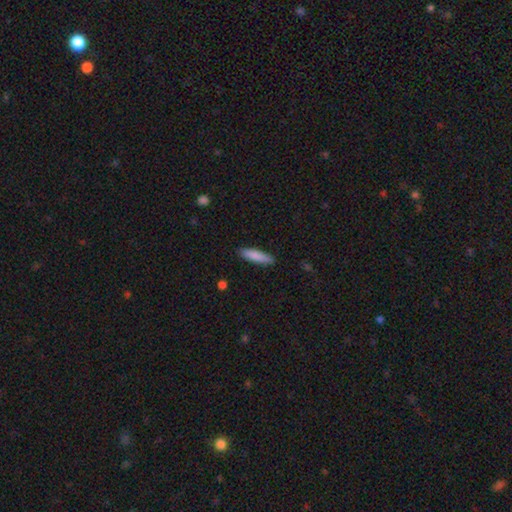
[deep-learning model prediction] smooth-or-featured: smooth: 84% | featured or disk: 10% | star or artifact: 6%
  how-rounded: cigar-shaped: 80% | in between: 19% | round: 1%
  merging: none: 89% | minor disturbance: 9% | major disturbance: 2% | merger: 1%